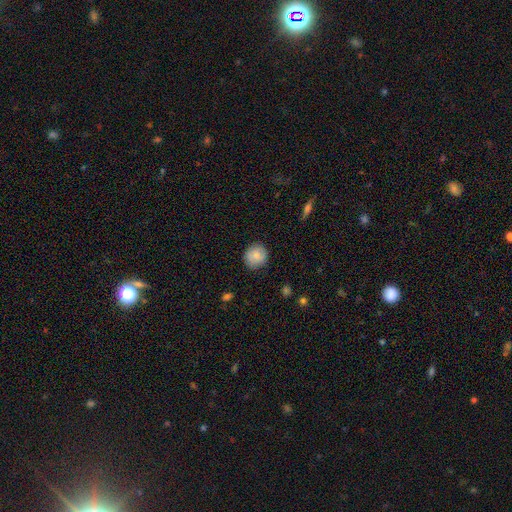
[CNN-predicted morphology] Q: Smooth or featured?
A: smooth (82%); runner-up: featured or disk (10%)
Q: How rounded?
A: round (89%); runner-up: in between (10%)
Q: Merging?
A: none (85%); runner-up: minor disturbance (11%)